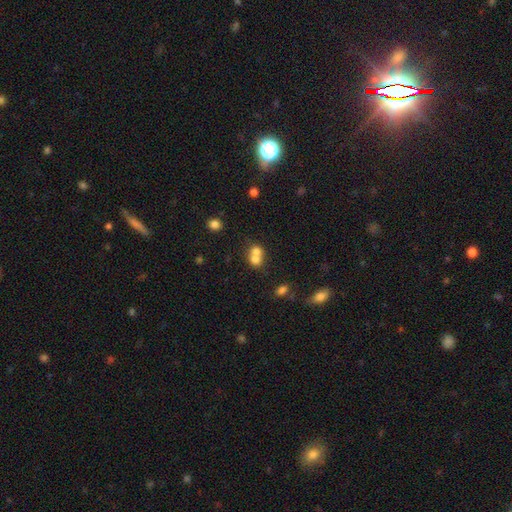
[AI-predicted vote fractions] A smooth galaxy with no disk features (71%) that is round (68%). Merging: merger (69%).